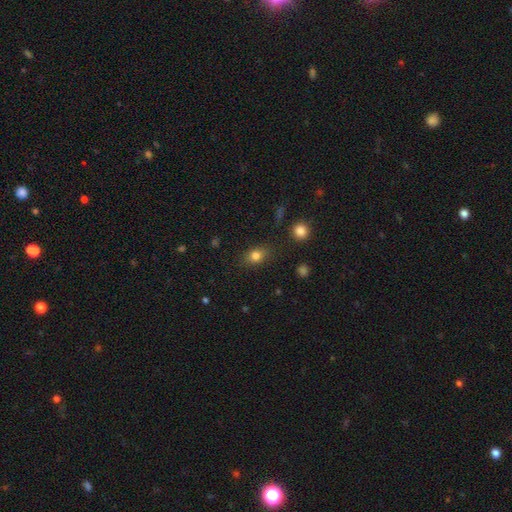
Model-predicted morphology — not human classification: This appears to be a smooth galaxy with no disk features (79%) that is in between round and cigar-shaped (57%). Merging: none (82%).